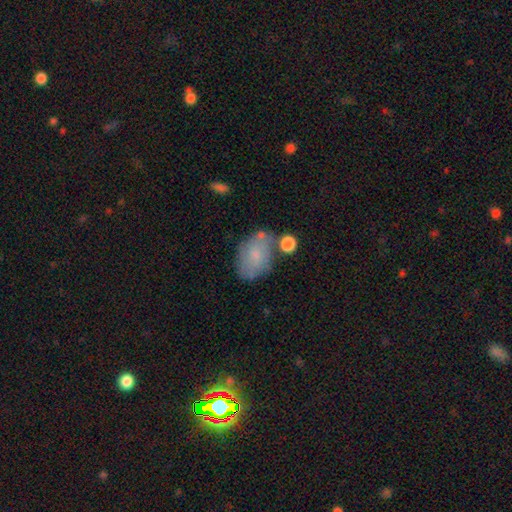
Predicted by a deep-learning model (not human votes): Q: Smooth or featured?
A: smooth (70%); runner-up: featured or disk (22%)
Q: How rounded?
A: in between (84%); runner-up: round (14%)
Q: Merging?
A: none (55%); runner-up: minor disturbance (24%)